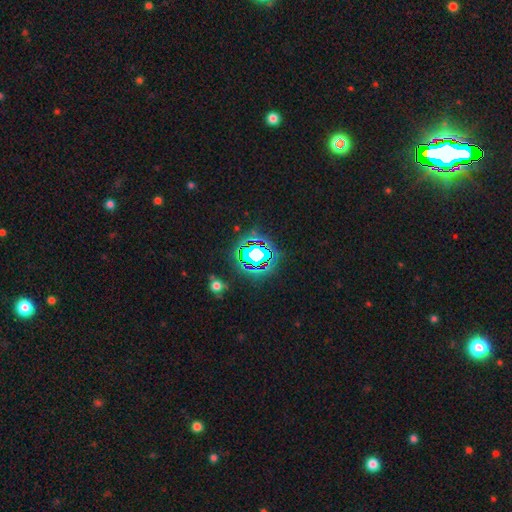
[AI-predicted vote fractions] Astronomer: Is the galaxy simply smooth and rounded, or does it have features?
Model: star or artifact — 68%.